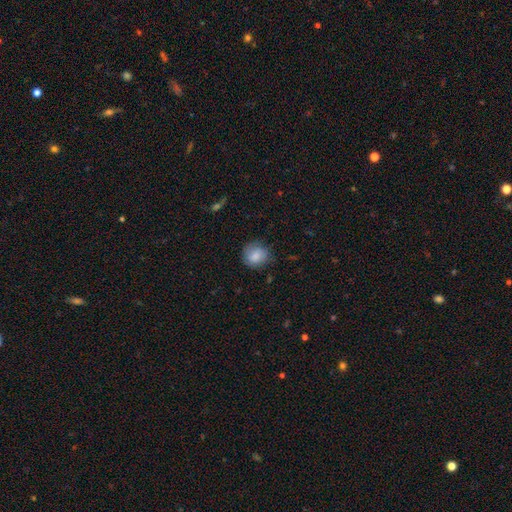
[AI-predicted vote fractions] Morphology: type=smooth (79%); roundness=round (81%); merging=none (71%).